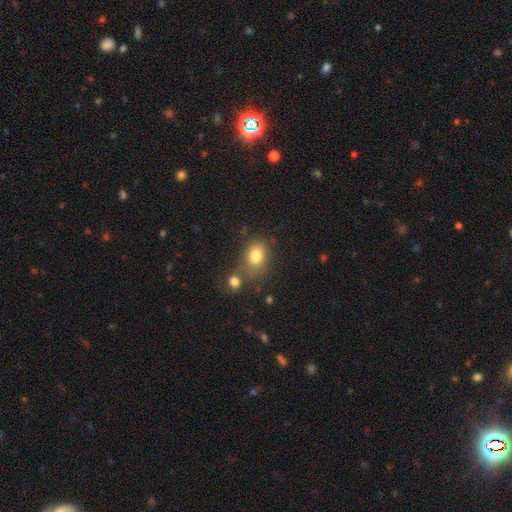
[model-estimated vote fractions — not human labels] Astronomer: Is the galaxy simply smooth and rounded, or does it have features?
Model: smooth — 81%.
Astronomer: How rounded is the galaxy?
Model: in between — 67%.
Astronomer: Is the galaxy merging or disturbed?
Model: none — 54%.